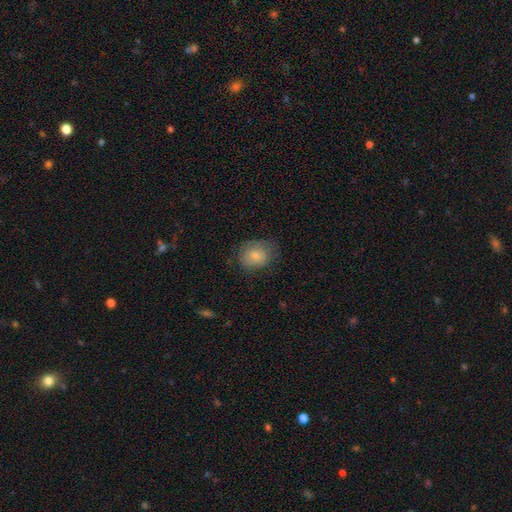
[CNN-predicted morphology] Smooth or featured? Predicted: smooth (p=0.78). How rounded? Predicted: round (p=0.56). Merging? Predicted: none (p=0.64).